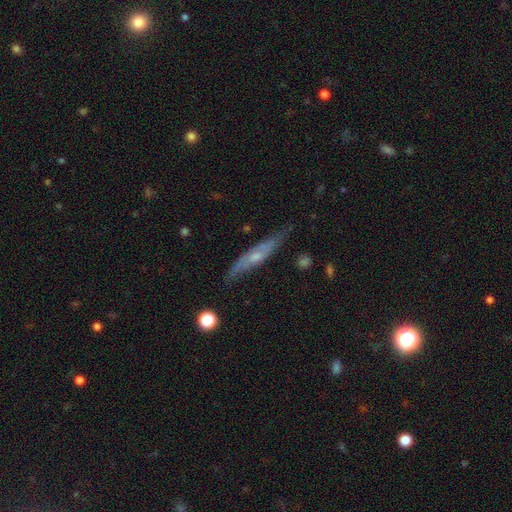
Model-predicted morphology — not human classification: This appears to be a featured or disk galaxy (63%) viewed edge-on (73%). Merging: none (74%).